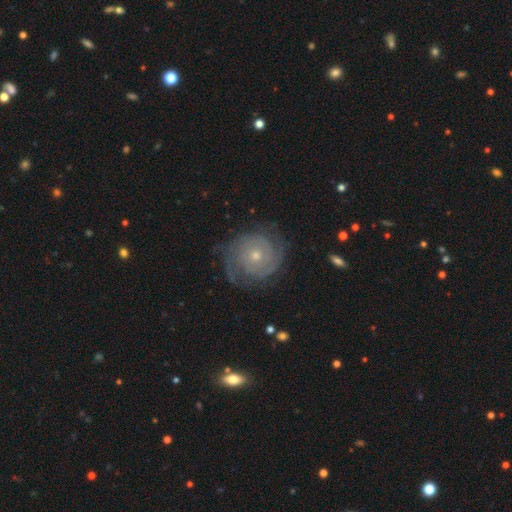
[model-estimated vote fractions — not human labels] smooth-or-featured: featured or disk: 86% | smooth: 8% | star or artifact: 6%
  disk-edge-on: no: 98% | yes: 2%
    bar: no: 80% | weak: 17% | strong: 3%
    has-spiral-arms: yes: 96% | no: 4%
      spiral-winding: tight: 76% | medium: 19% | loose: 4%
      spiral-arm-count: 2: 44% | can't tell: 22% | 3: 18% | 4: 6% | 1: 5% | more than 4: 5%
    bulge-size: small: 53% | moderate: 43% | large: 2% | none: 1% | dominant: 1%
  merging: none: 76% | minor disturbance: 16% | major disturbance: 7% | merger: 1%